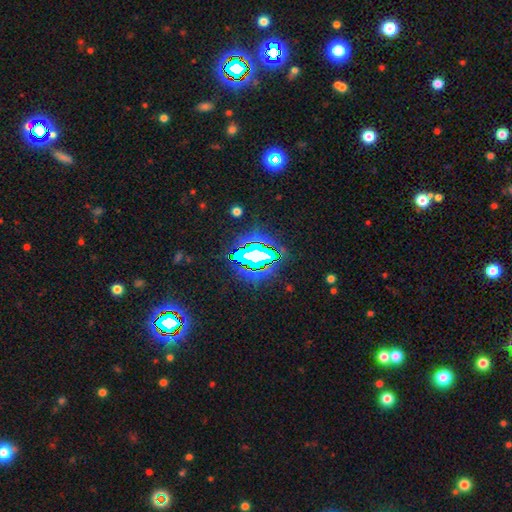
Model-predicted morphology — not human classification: Smooth or featured?
  - star or artifact: 72% *
  - smooth: 15%
  - featured or disk: 14%